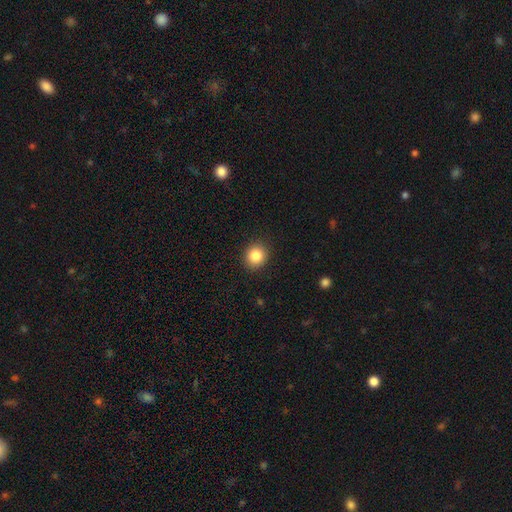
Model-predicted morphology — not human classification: smooth 84%, star or artifact 10%, featured or disk 6%. Down the decision tree: how rounded — round (80%); merging — none (91%).